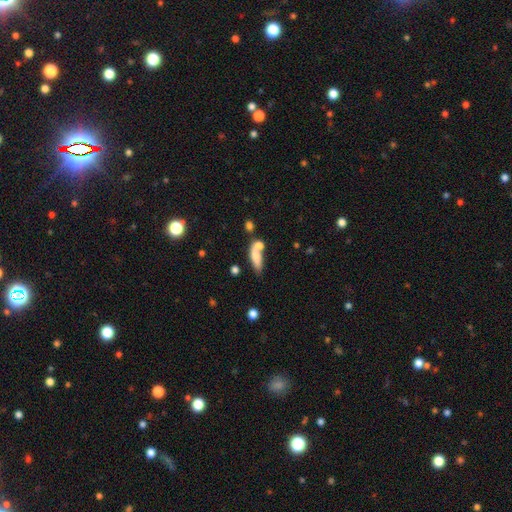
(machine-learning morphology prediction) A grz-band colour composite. It shows a smooth galaxy with no disk features (72%) that is in between round and cigar-shaped (53%). Merging: none (43%).